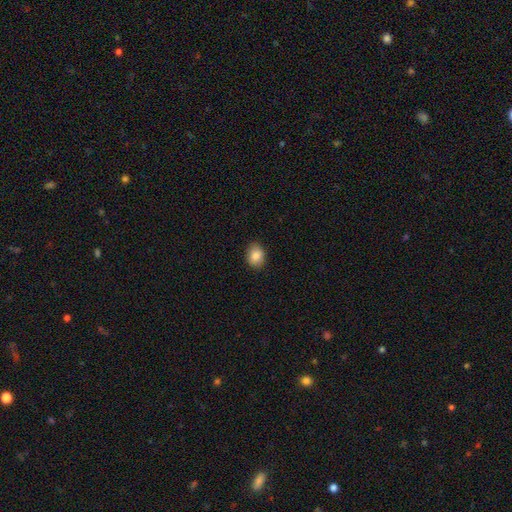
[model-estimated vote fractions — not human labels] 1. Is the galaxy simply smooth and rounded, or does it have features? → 85% smooth, 9% star or artifact, 6% featured or disk.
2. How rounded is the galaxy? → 61% in between, 38% round, 1% cigar-shaped.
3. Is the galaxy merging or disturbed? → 87% none, 10% minor disturbance, 2% major disturbance, 1% merger.